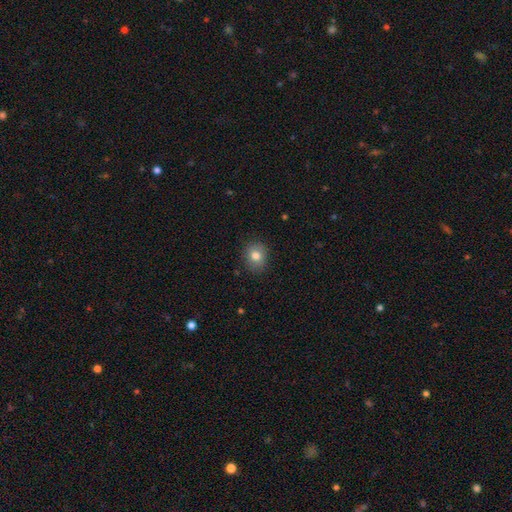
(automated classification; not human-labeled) Smooth or featured? Predicted: smooth (p=0.81). How rounded? Predicted: round (p=0.69). Merging? Predicted: none (p=0.86).